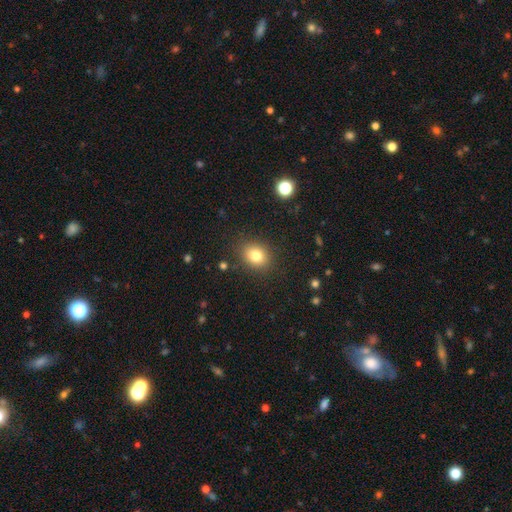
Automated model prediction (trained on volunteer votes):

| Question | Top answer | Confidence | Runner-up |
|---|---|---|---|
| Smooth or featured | smooth | 81% | star or artifact (12%) |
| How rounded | round | 55% | in between (44%) |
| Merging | none | 86% | minor disturbance (10%) |